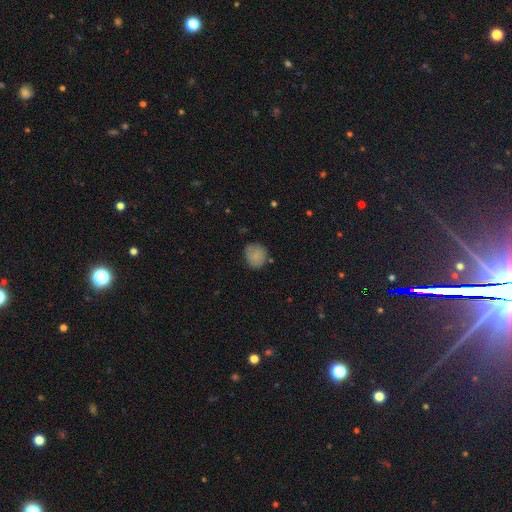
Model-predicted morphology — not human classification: smooth_or_featured: smooth (p=0.83) [alt: star or artifact p=0.10]
how_rounded: round (p=0.79) [alt: in between p=0.20]
merging: none (p=0.77) [alt: minor disturbance p=0.17]